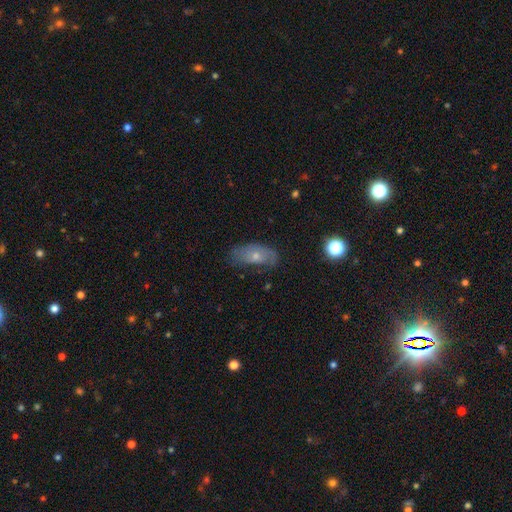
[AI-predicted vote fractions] This is possibly a featured or disk galaxy (45%). Merging: likely none (63%).